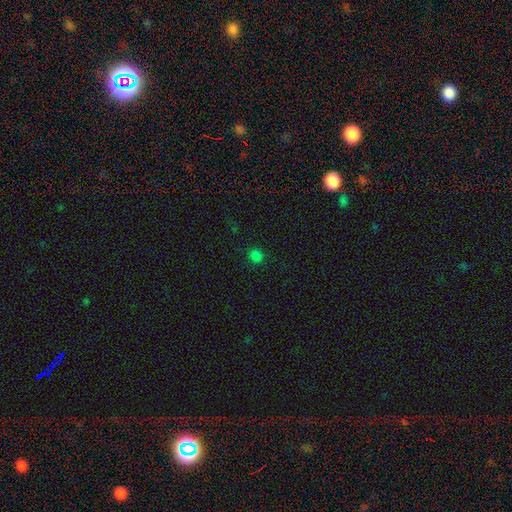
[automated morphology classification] This appears to be a smooth galaxy with no disk features (80%) that is round (90%). Merging: none (90%).